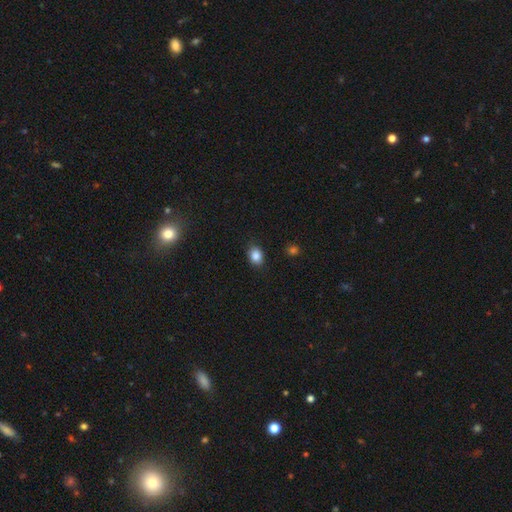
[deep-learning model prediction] This is clearly a smooth galaxy (86%). How rounded: possibly in between (59%). Merging: clearly none (85%).